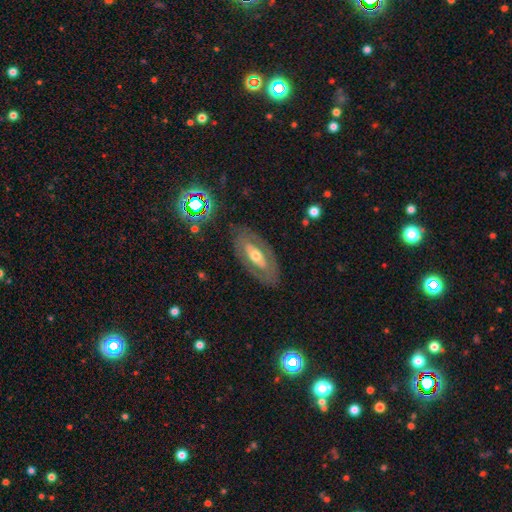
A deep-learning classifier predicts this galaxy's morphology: Overall: featured or disk (62%; smooth 32%). Edge-on disk: no (86%). Bar: no (69%). Spiral arms: no (78%). Bulge size: moderate (64%). Merging: none (81%).